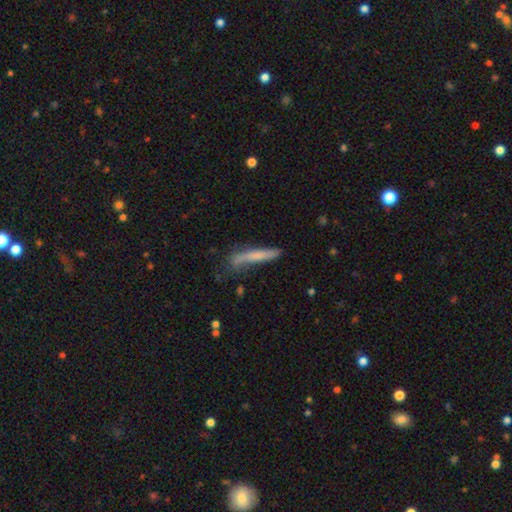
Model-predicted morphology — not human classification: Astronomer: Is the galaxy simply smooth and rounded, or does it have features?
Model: smooth — 62%.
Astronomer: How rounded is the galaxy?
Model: cigar-shaped — 92%.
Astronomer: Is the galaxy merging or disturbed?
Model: none — 58%.